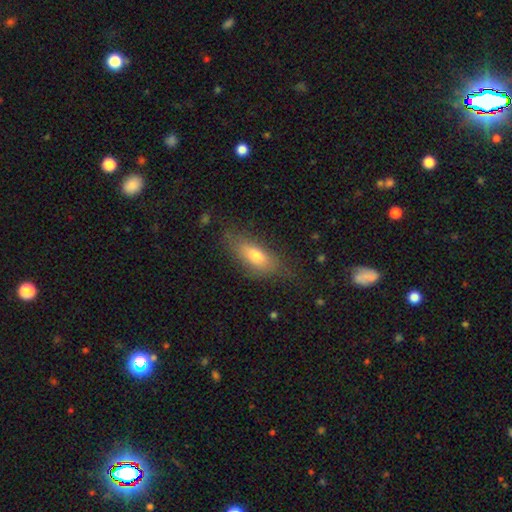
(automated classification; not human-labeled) Smooth or featured? smooth (70%)
How rounded? in between (73%)
Merging? none (66%)